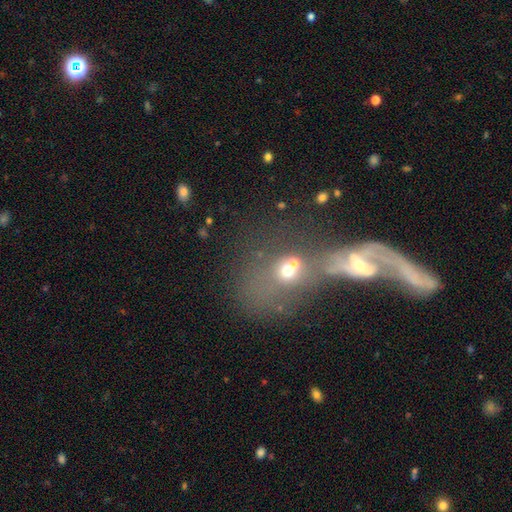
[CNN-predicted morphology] Overall: featured or disk (48%; smooth 33%). Merging: merger (68%).